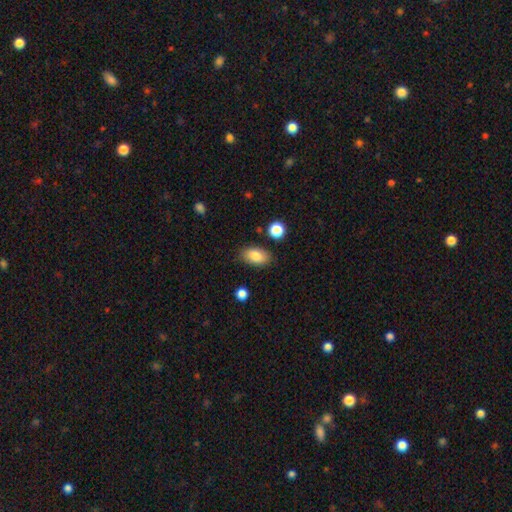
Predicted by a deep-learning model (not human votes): Smooth or featured? Predicted: smooth (p=0.84). How rounded? Predicted: in between (p=0.91). Merging? Predicted: none (p=0.84).